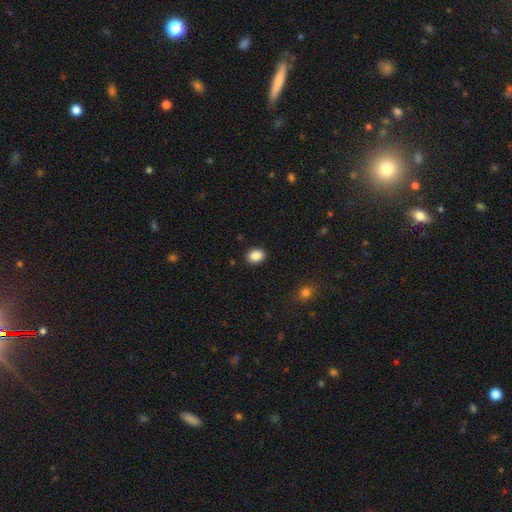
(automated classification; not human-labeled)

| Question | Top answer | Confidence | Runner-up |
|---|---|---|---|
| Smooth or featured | smooth | 89% | star or artifact (8%) |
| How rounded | in between | 65% | round (34%) |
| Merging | none | 89% | minor disturbance (8%) |